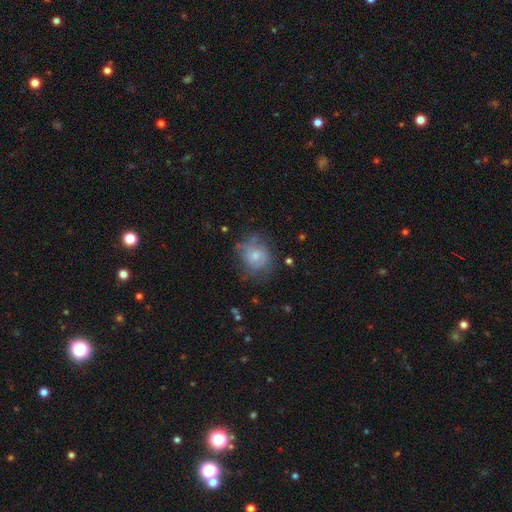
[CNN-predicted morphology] This is possibly a smooth galaxy (53%). How rounded: likely round (70%). Merging: possibly none (54%).